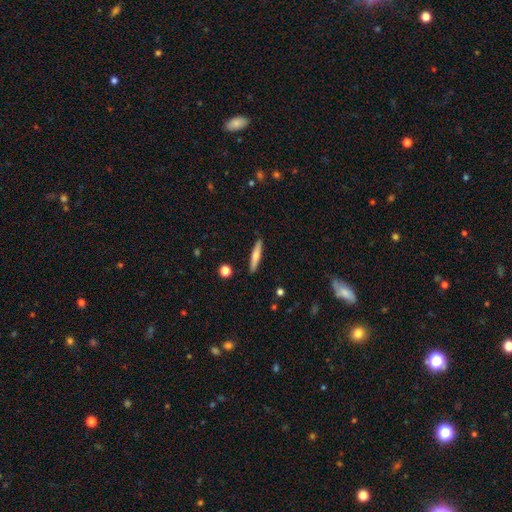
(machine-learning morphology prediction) Q: Smooth or featured?
A: smooth (64%); runner-up: featured or disk (30%)
Q: How rounded?
A: cigar-shaped (90%); runner-up: in between (8%)
Q: Merging?
A: none (90%); runner-up: minor disturbance (7%)